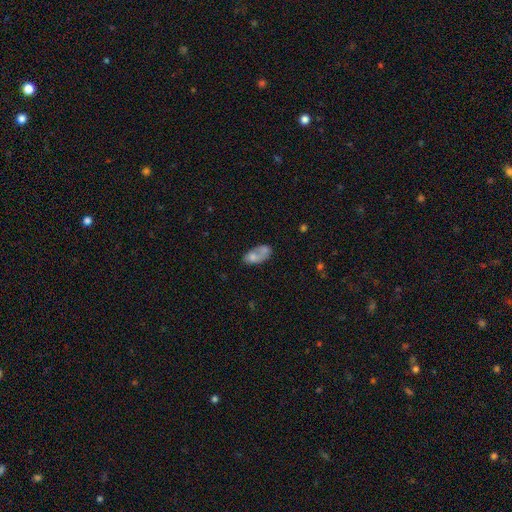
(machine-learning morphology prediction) Overall: smooth (62%; featured or disk 29%). How rounded: in between (87%). Merging: merger (37%; none 26%).